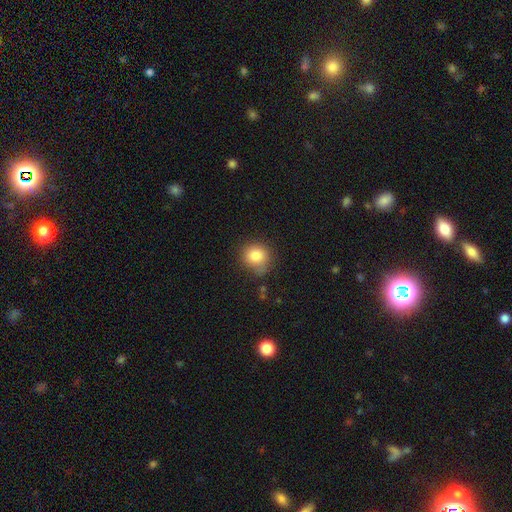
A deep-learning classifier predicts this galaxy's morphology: This is clearly a smooth galaxy (83%). How rounded: clearly round (81%). Merging: likely none (66%).